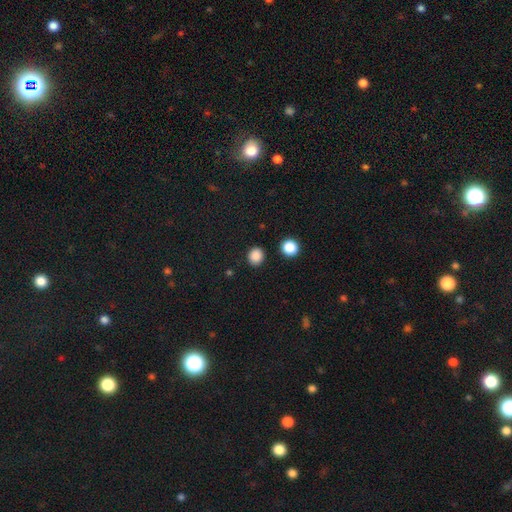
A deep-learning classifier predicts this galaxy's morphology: Smooth or featured? Predicted: smooth (p=0.86). How rounded? Predicted: round (p=0.80). Merging? Predicted: none (p=0.89).